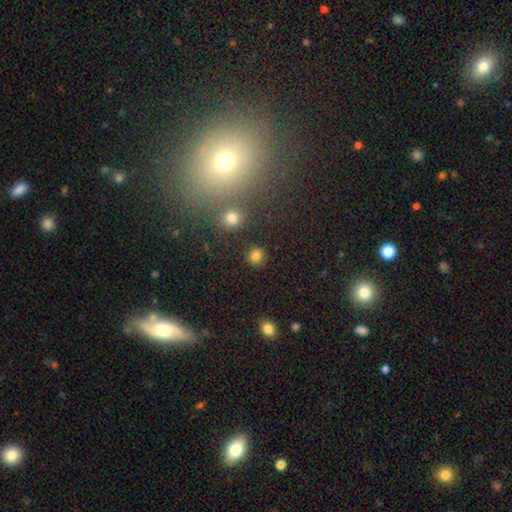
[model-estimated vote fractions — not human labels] smooth 82%, star or artifact 13%, featured or disk 5%. Down the decision tree: how rounded — round (81%); merging — none (87%).